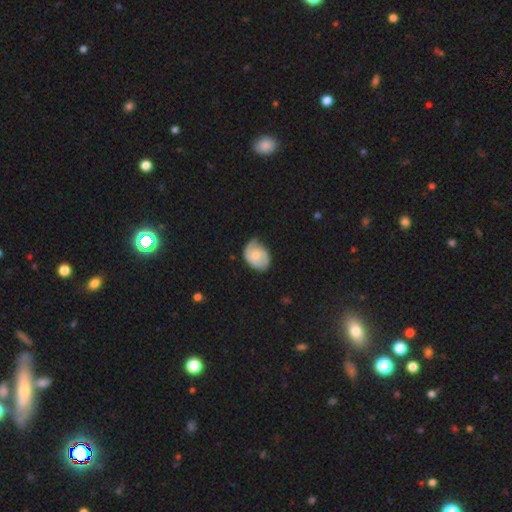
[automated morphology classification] Smooth or featured: featured or disk — 64% (smooth — 30%)
Edge-on disk: no — 97% (yes — 3%)
Bar: no — 64% (weak — 32%)
Spiral arms: yes — 93% (no — 7%)
Spiral winding: medium — 44% (tight — 39%)
Spiral arm count: 2 — 74% (can't tell — 12%)
Bulge size: small — 45% (moderate — 38%)
Merging: none — 68% (minor disturbance — 25%)